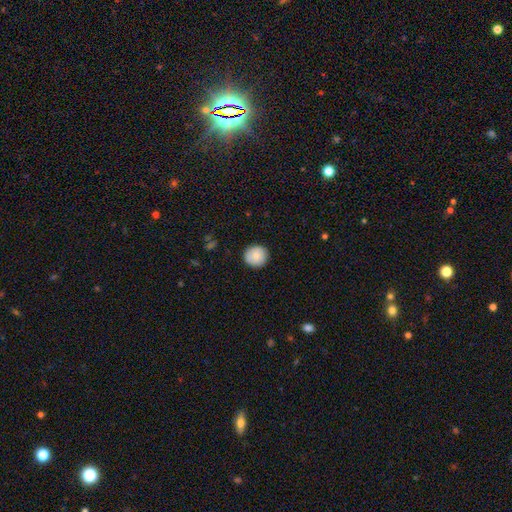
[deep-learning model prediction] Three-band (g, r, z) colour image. It shows a smooth galaxy with no disk features (85%) that is round (92%). Merging: none (89%).